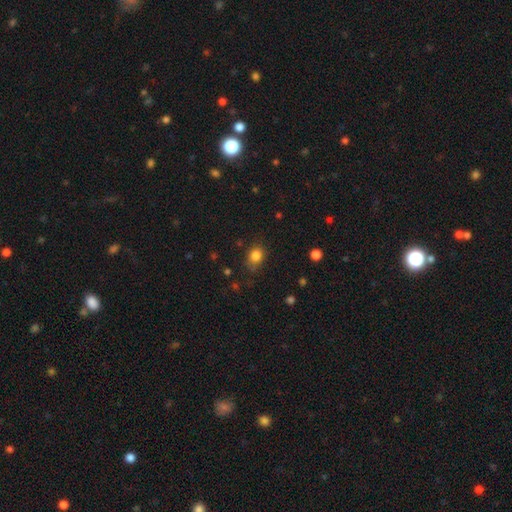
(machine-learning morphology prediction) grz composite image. It shows a smooth galaxy with no disk features (84%) that is round (55%). Merging: none (72%).